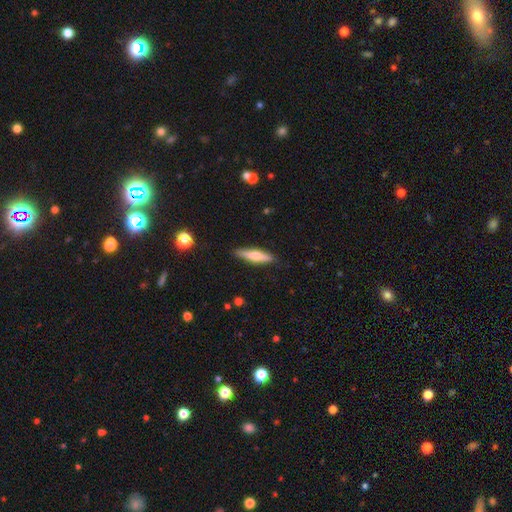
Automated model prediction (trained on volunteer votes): Q: Smooth or featured?
A: smooth (58%); runner-up: featured or disk (36%)
Q: How rounded?
A: cigar-shaped (80%); runner-up: in between (18%)
Q: Merging?
A: none (88%); runner-up: minor disturbance (9%)